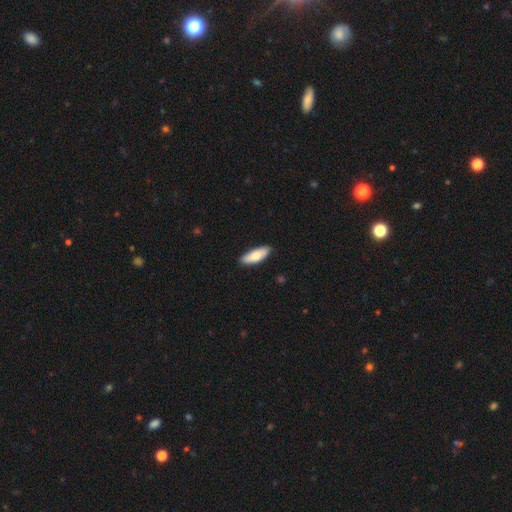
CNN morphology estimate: This is likely a smooth galaxy (73%). How rounded: likely in between (69%). Merging: clearly none (87%).